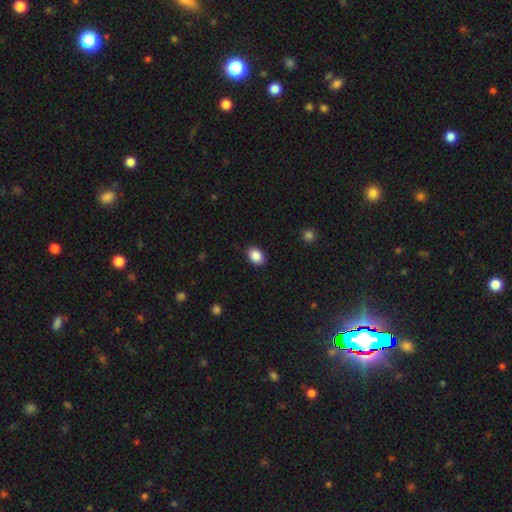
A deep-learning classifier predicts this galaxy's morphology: smooth 88%, star or artifact 8%, featured or disk 4%. Down the decision tree: how rounded — in between (70%); merging — none (89%).